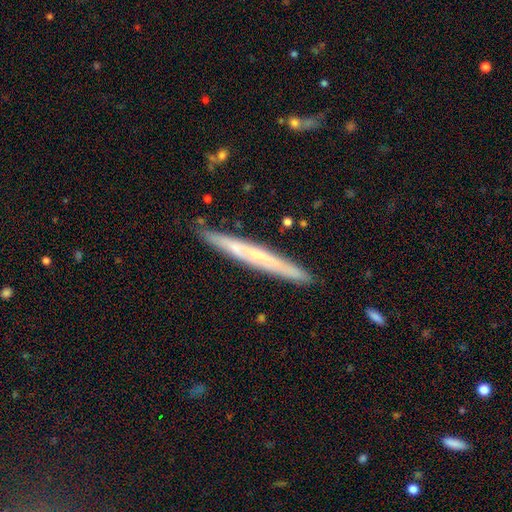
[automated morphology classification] Smooth or featured?
  - featured or disk: 54% *
  - smooth: 40%
  - star or artifact: 7%
Edge-on disk?
  - yes: 93% *
  - no: 7%
Merging?
  - none: 88% *
  - minor disturbance: 9%
  - major disturbance: 1%
  - merger: 1%